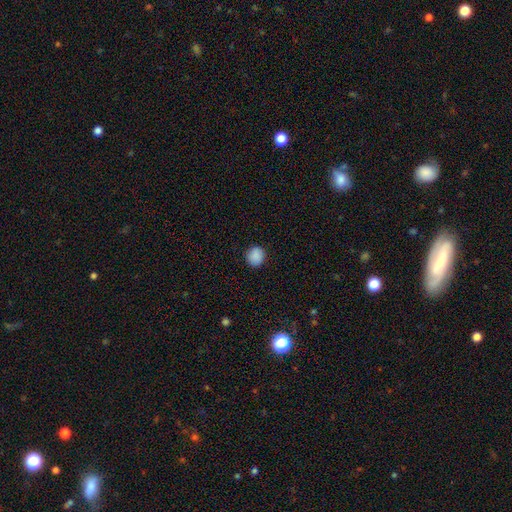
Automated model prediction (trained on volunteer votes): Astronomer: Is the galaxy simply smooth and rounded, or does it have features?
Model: smooth — 89%.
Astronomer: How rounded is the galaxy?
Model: round — 81%.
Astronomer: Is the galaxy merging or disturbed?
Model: none — 89%.